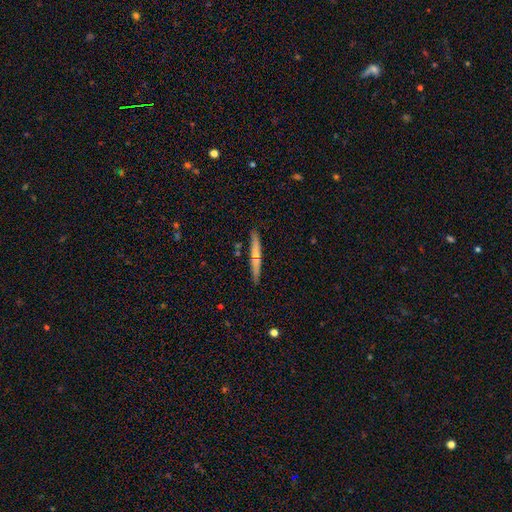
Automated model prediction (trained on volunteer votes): Morphology: type=smooth (54%); roundness=cigar-shaped (95%); merging=none (85%).